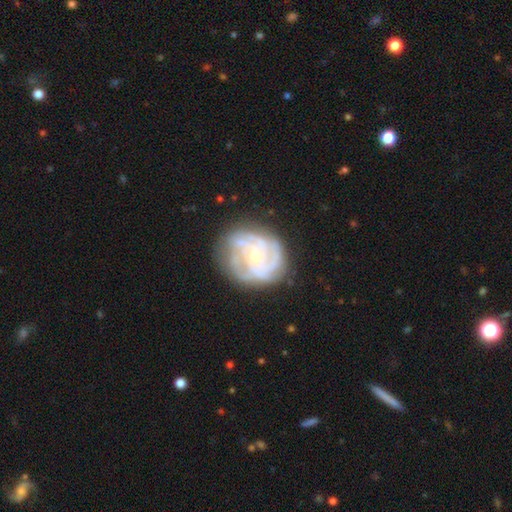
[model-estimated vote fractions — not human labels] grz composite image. It shows a featured or disk galaxy (81%) with no bar (71%), tight (62%) spiral arms (92%) and a small central bulge (71%). Merging: none (75%).